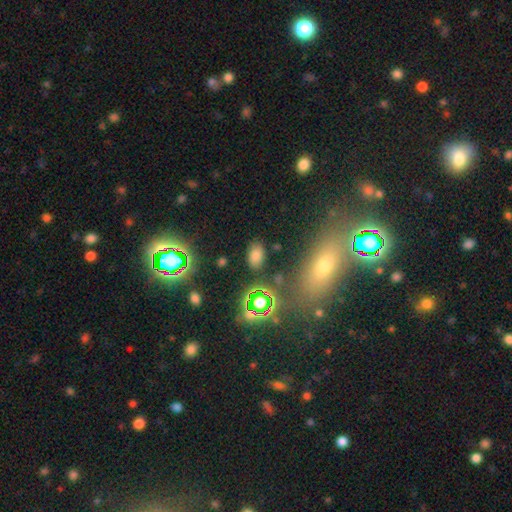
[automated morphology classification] smooth-or-featured: smooth: 67% | star or artifact: 25% | featured or disk: 8%
  how-rounded: in between: 85% | round: 12% | cigar-shaped: 3%
  merging: none: 84% | minor disturbance: 9% | major disturbance: 3% | merger: 3%